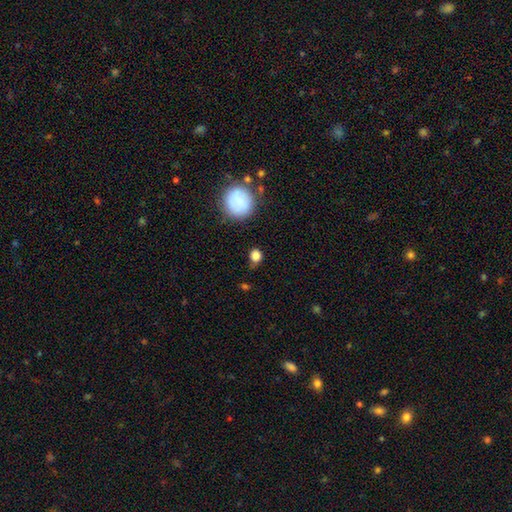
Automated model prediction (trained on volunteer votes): The model was most divided on "how rounded": round: 73%, in between: 25%, cigar-shaped: 1%. More confident: smooth or featured — smooth (83%); merging — none (70%).